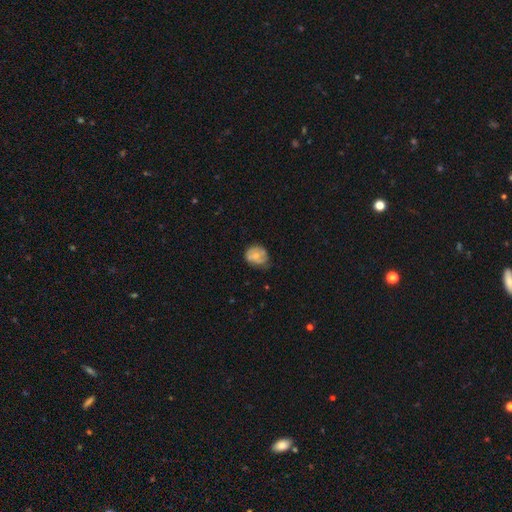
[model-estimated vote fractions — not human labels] The model was most divided on "merging": none: 49%, minor disturbance: 36%, major disturbance: 12%, merger: 2%. More confident: how rounded — round (59%); smooth or featured — smooth (54%).